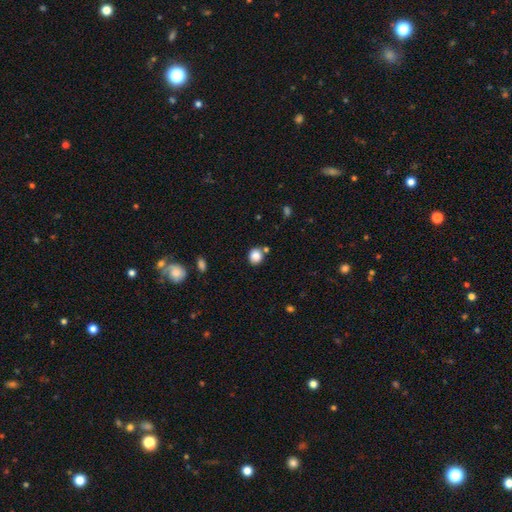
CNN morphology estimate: Smooth or featured? Predicted: smooth (p=0.85). How rounded? Predicted: round (p=0.79). Merging? Predicted: none (p=0.76).